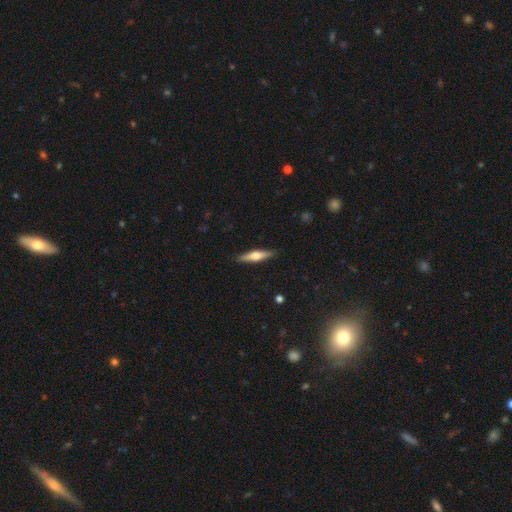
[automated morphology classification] smooth-or-featured: featured or disk: 49% | smooth: 45% | star or artifact: 6%
  merging: none: 89% | minor disturbance: 8% | major disturbance: 2% | merger: 1%